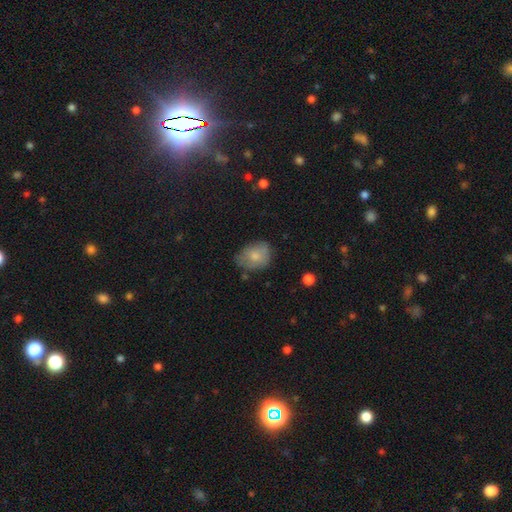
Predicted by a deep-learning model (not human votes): Smooth or featured?
  - smooth: 76% *
  - featured or disk: 16%
  - star or artifact: 8%
How rounded?
  - in between: 65% *
  - round: 34%
  - cigar-shaped: 1%
Merging?
  - none: 58% *
  - minor disturbance: 31%
  - major disturbance: 9%
  - merger: 3%